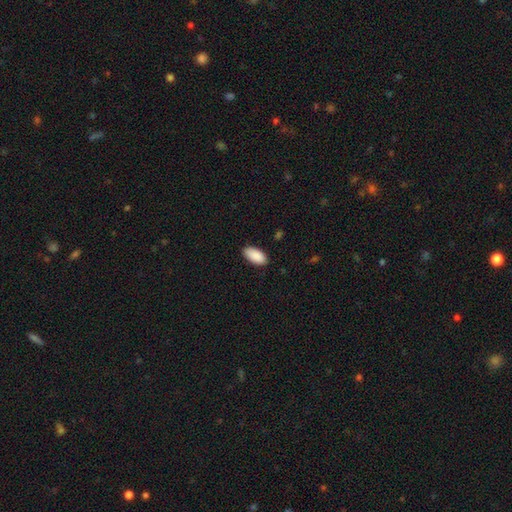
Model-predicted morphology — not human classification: The model was most divided on "merging": none: 85%, minor disturbance: 12%, major disturbance: 2%, merger: 1%. More confident: how rounded — in between (94%); smooth or featured — smooth (91%).